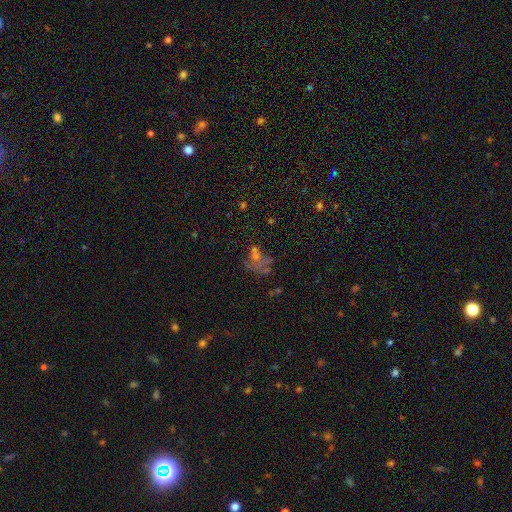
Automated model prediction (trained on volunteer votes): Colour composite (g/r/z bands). It shows a star or artifact, not a galaxy (38%).